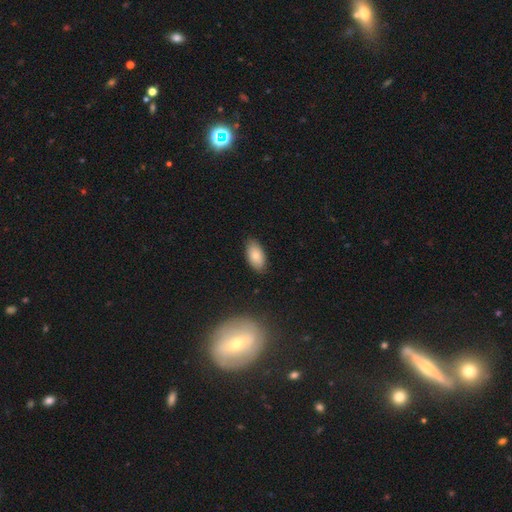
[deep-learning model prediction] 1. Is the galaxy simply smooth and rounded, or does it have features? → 82% smooth, 10% featured or disk, 8% star or artifact.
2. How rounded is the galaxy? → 94% in between, 3% round, 3% cigar-shaped.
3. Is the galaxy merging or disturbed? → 84% none, 13% minor disturbance, 2% major disturbance, 1% merger.